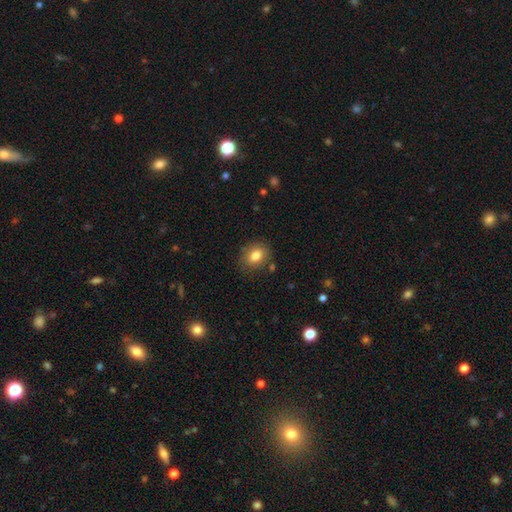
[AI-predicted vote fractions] Overall: smooth (82%). How rounded: in between (53%; round 46%). Merging: none (83%).